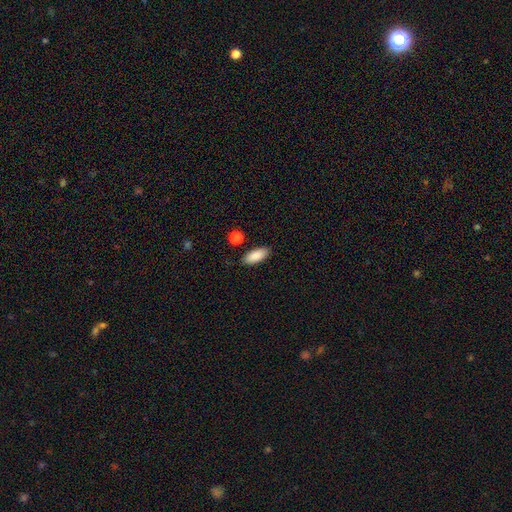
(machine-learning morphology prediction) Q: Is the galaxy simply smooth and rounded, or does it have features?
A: smooth — 88%.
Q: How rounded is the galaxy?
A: in between — 84%.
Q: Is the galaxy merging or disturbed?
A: none — 85%.